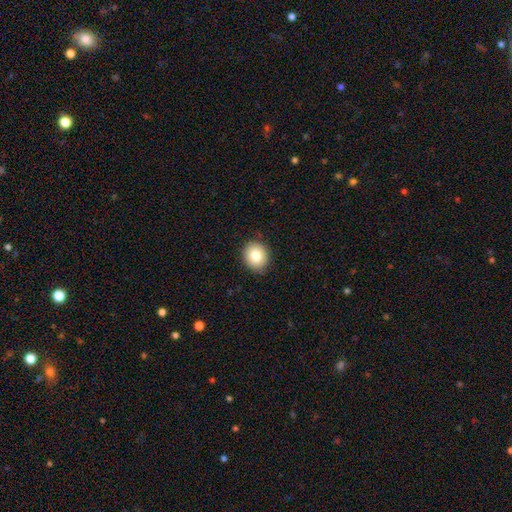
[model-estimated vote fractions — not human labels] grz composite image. It shows a smooth galaxy with no disk features (81%) that is round (73%). Merging: none (87%).